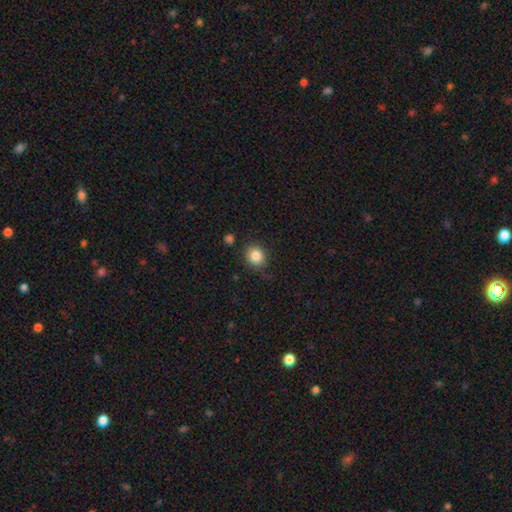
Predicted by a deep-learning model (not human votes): smooth-or-featured: smooth: 84% | star or artifact: 10% | featured or disk: 6%
  how-rounded: round: 80% | in between: 19% | cigar-shaped: 1%
  merging: none: 85% | minor disturbance: 10% | major disturbance: 3% | merger: 2%